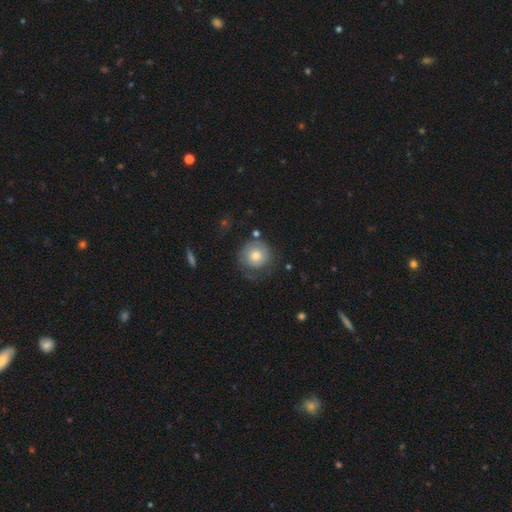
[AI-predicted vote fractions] Smooth or featured? smooth (68%)
How rounded? round (91%)
Merging? none (58%)